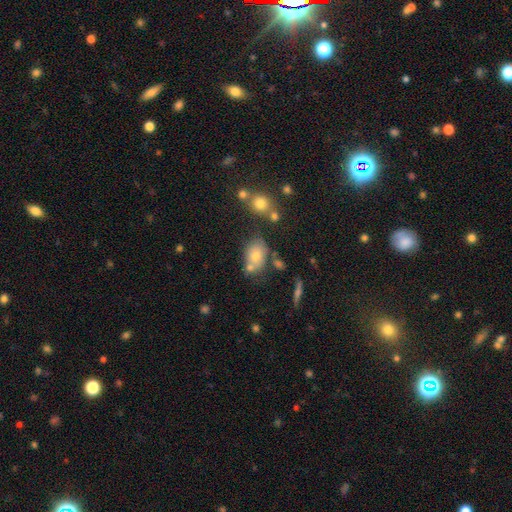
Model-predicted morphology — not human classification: A smooth galaxy with no disk features (69%) that is in between round and cigar-shaped (74%).

Vote fractions:
- Smooth or featured? smooth: 69% / featured or disk: 18% / star or artifact: 14%
- How rounded? in between: 74% / round: 25% / cigar-shaped: 2%
- Merging? none: 58% / merger: 19% / minor disturbance: 17% / major disturbance: 6%